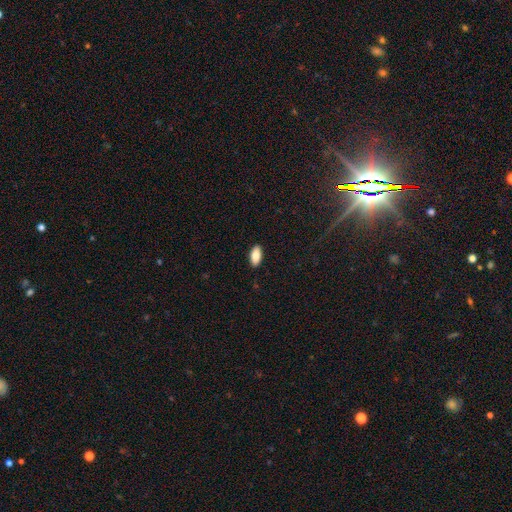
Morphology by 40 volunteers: Smooth or featured? smooth (88%)
How rounded? in between (83%)
Merging? none (97%)